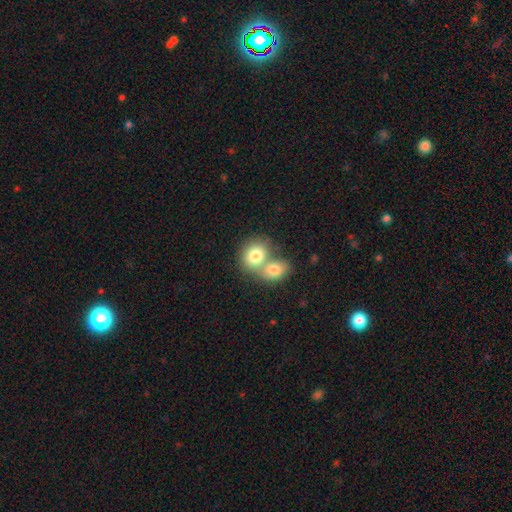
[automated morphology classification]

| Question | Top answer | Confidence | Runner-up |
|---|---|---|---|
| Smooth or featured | smooth | 78% | featured or disk (15%) |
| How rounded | round | 62% | in between (37%) |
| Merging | merger | 62% | none (28%) |